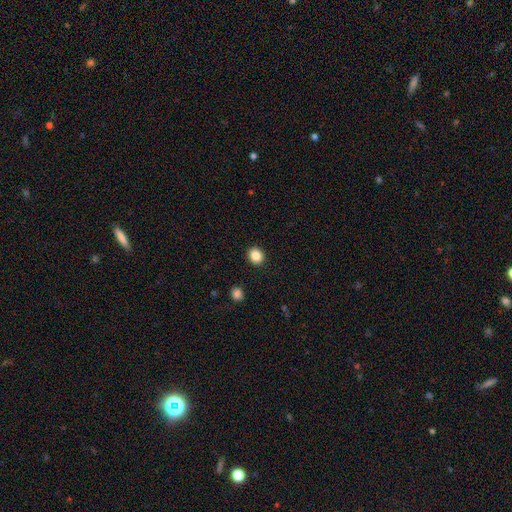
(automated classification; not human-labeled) Overall: smooth (86%). How rounded: round (74%). Merging: none (92%).